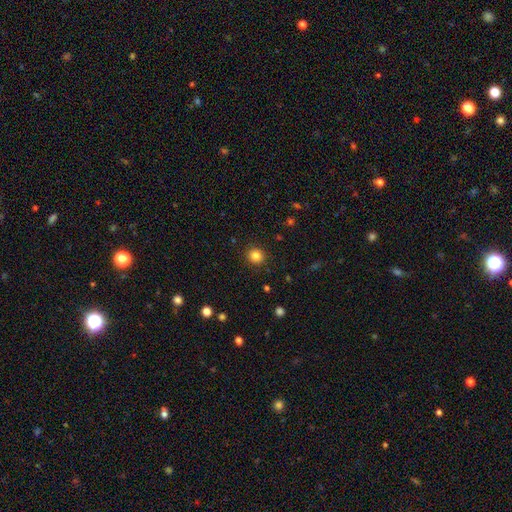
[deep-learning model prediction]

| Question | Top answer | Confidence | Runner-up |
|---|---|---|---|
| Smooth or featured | smooth | 83% | star or artifact (12%) |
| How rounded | round | 91% | in between (8%) |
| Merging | none | 91% | minor disturbance (6%) |